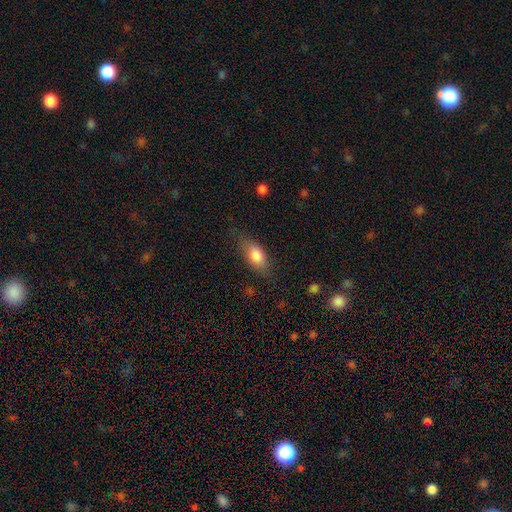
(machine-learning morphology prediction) Overall: smooth (80%). How rounded: in between (85%). Merging: none (72%).